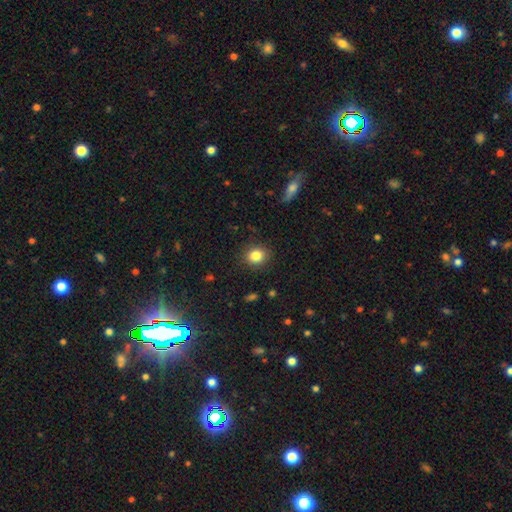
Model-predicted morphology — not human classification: A smooth galaxy with no disk features (84%) that is round (76%). Merging: none (88%).